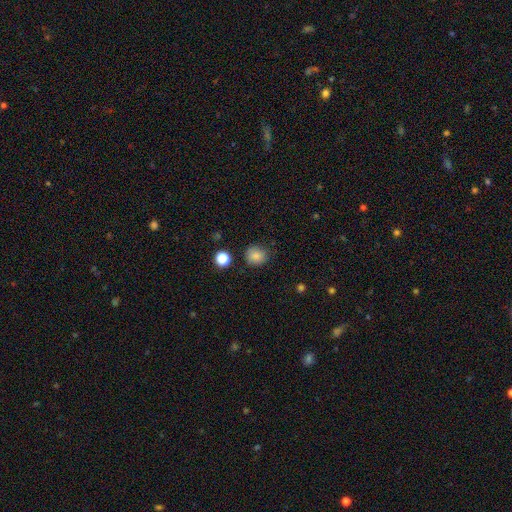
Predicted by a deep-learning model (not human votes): smooth-or-featured: smooth: 84% | star or artifact: 11% | featured or disk: 5%
  how-rounded: round: 87% | in between: 12% | cigar-shaped: 1%
  merging: none: 83% | minor disturbance: 12% | major disturbance: 3% | merger: 2%